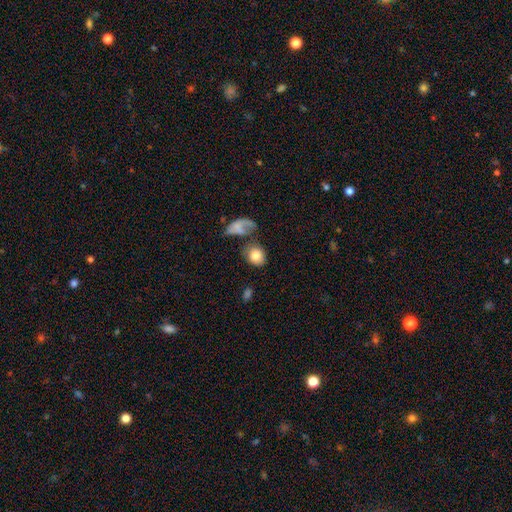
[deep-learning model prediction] Smooth or featured? smooth (79%)
How rounded? round (59%)
Merging? none (54%)